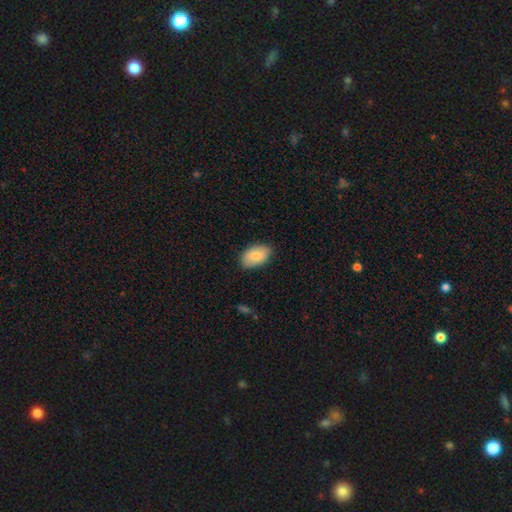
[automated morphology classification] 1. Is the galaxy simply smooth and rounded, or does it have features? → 80% smooth, 13% featured or disk, 6% star or artifact.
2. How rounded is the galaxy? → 93% in between, 6% round, 1% cigar-shaped.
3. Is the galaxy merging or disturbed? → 84% none, 13% minor disturbance, 2% major disturbance, 1% merger.